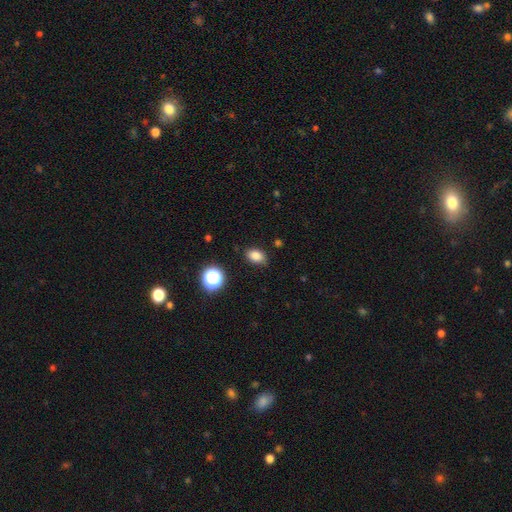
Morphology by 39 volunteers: This is clearly a smooth galaxy (92%). How rounded: clearly in between (81%). Merging: clearly none (89%).